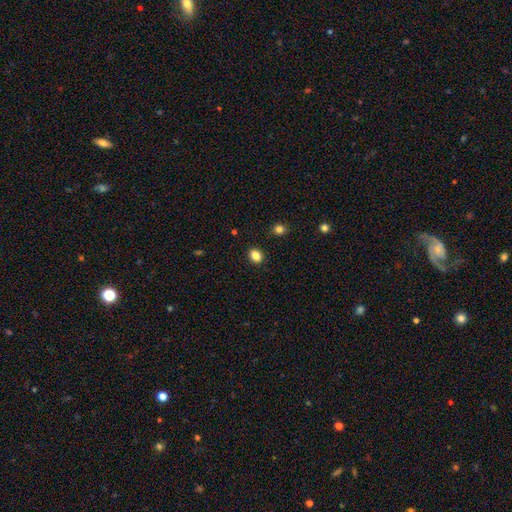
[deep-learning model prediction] smooth 85%, star or artifact 10%, featured or disk 5%. Down the decision tree: how rounded — in between (59%); merging — none (89%).